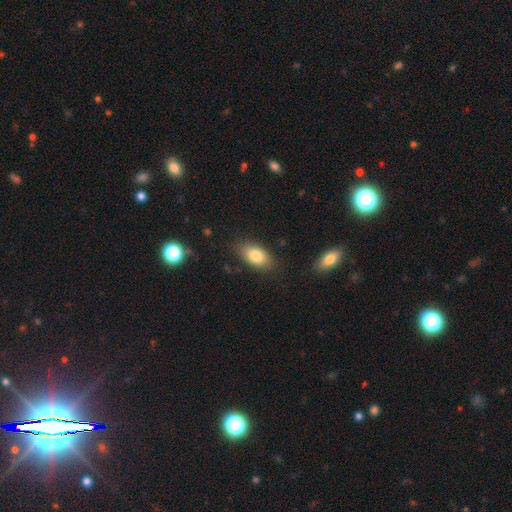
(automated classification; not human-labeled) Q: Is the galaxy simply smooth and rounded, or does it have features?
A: smooth — 82%.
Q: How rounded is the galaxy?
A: in between — 90%.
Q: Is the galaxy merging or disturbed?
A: none — 83%.